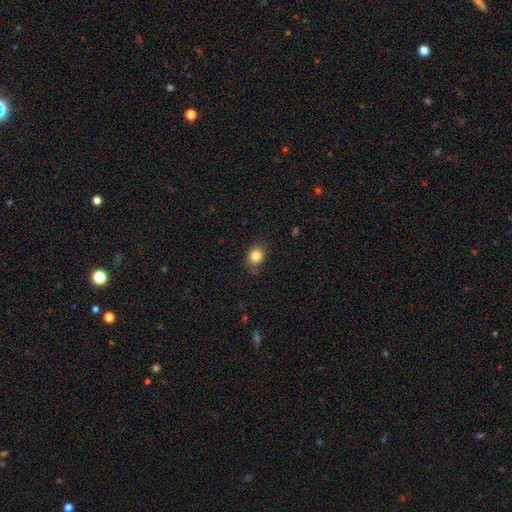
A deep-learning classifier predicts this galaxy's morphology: smooth_or_featured: smooth (p=0.83) [alt: star or artifact p=0.10]
how_rounded: round (p=0.65) [alt: in between p=0.34]
merging: none (p=0.75) [alt: minor disturbance p=0.19]